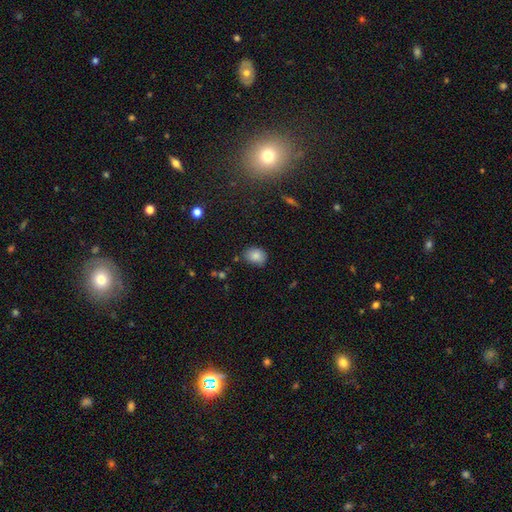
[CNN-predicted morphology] smooth-or-featured: smooth: 83% | star or artifact: 10% | featured or disk: 7%
  how-rounded: in between: 56% | round: 43% | cigar-shaped: 1%
  merging: none: 69% | minor disturbance: 24% | major disturbance: 4% | merger: 3%